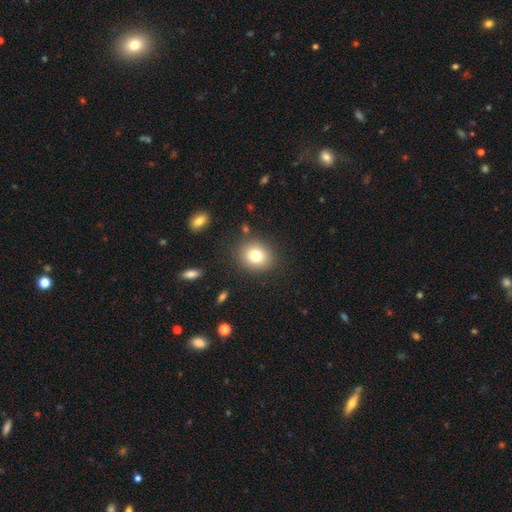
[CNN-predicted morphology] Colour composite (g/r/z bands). It shows a smooth galaxy with no disk features (79%) that is round (66%). Merging: none (85%).